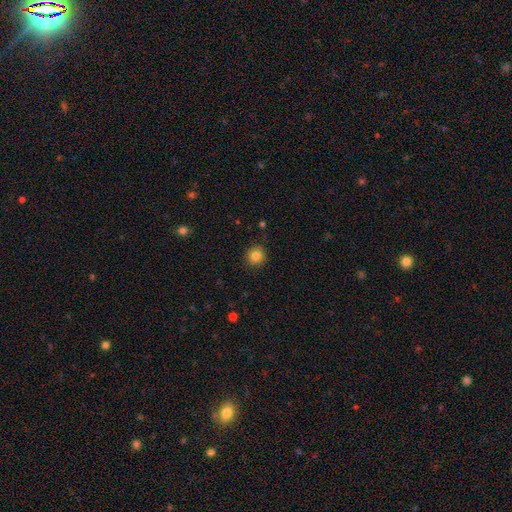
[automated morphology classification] This appears to be a smooth galaxy with no disk features (83%) that is round (91%). Merging: none (89%).